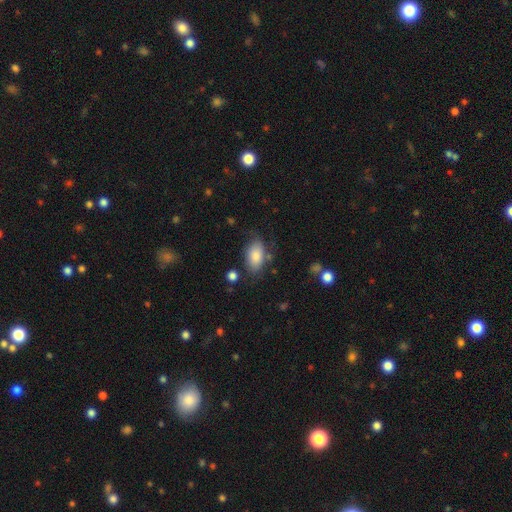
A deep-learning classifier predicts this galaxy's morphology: Overall: smooth (83%). How rounded: in between (92%). Merging: none (69%).